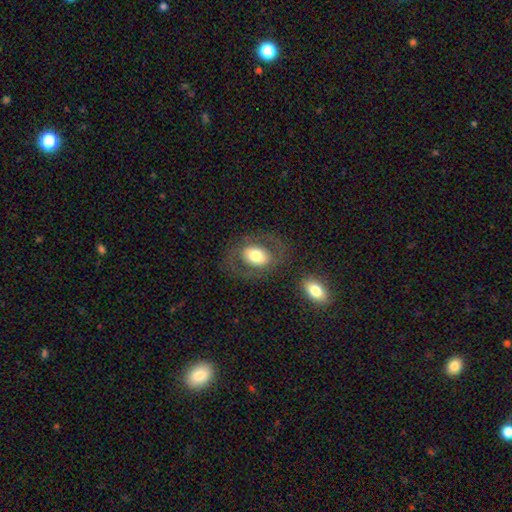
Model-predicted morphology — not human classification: This is possibly a smooth galaxy (51%). How rounded: likely in between (73%). Merging: likely none (74%).